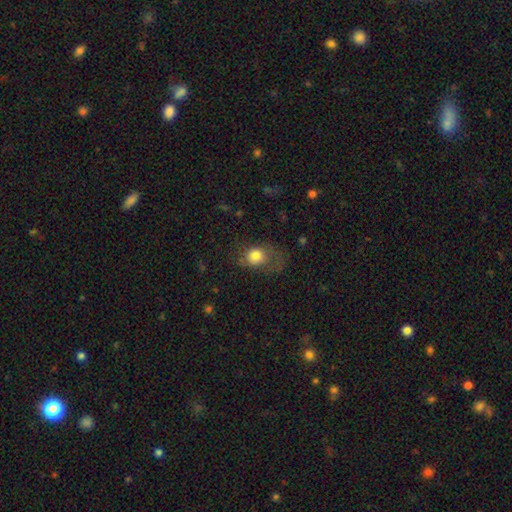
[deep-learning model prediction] The model was most divided on "how rounded": round: 55%, in between: 43%, cigar-shaped: 1%. Remaining: smooth or featured — smooth (76%); merging — none (43%).